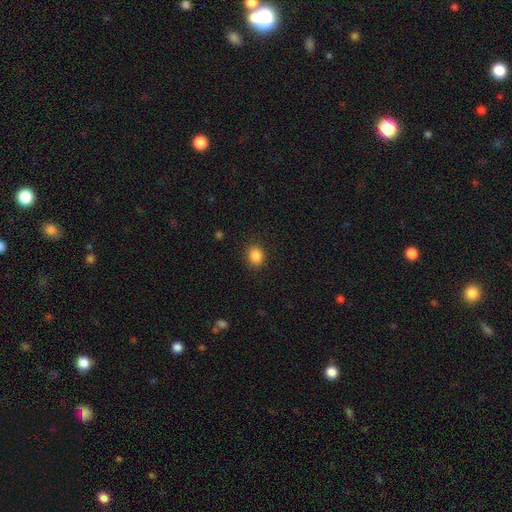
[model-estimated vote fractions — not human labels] smooth 87%, star or artifact 10%, featured or disk 3%. Down the decision tree: how rounded — round (65%); merging — none (88%).